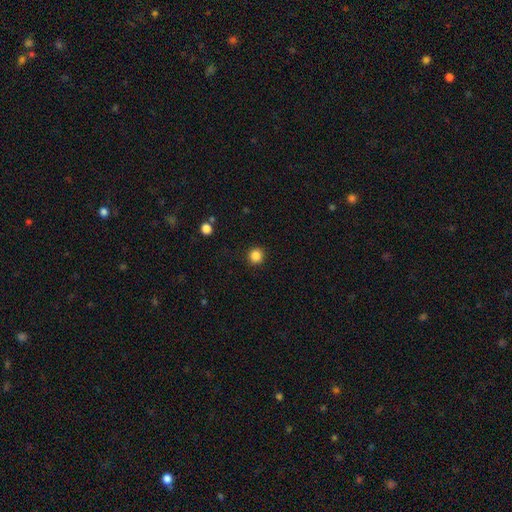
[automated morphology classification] A smooth galaxy with no disk features (85%) that is round (94%).

Vote fractions:
- Smooth or featured? smooth: 85% / star or artifact: 11% / featured or disk: 3%
- How rounded? round: 94% / in between: 5% / cigar-shaped: 1%
- Merging? none: 92% / minor disturbance: 5% / major disturbance: 2% / merger: 1%